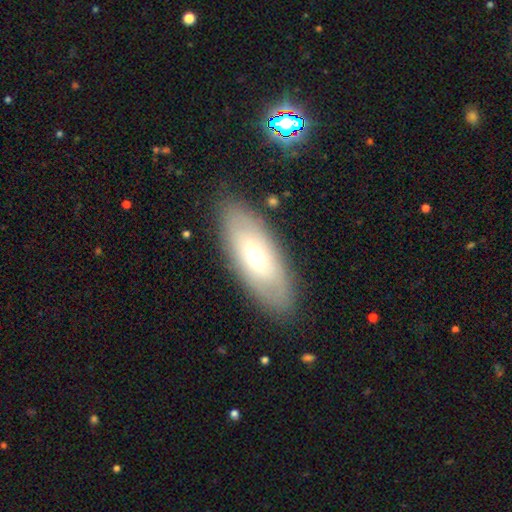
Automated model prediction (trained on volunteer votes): The model was most divided on "smooth or featured": smooth: 51%, featured or disk: 42%, star or artifact: 7%. More confident: merging — none (83%); how rounded — in between (79%).